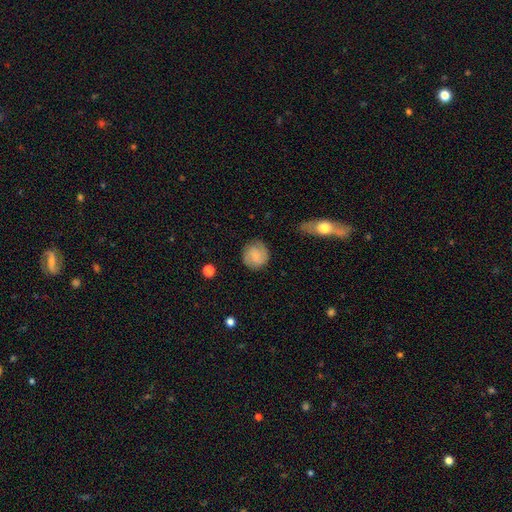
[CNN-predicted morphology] type=smooth (64%); roundness=round (89%); merging=none (80%).